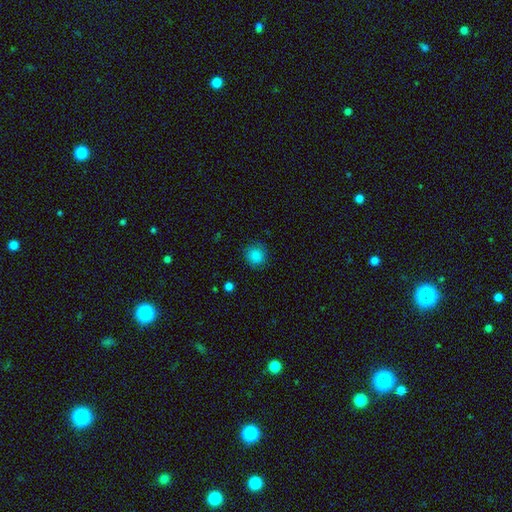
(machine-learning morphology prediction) A smooth galaxy with no disk features (85%) that is round (92%). Merging: none (88%).